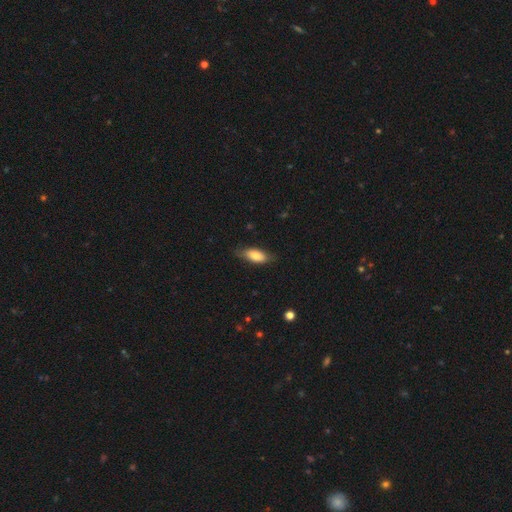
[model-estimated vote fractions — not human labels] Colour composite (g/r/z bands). It shows a smooth galaxy with no disk features (78%) that is in between round and cigar-shaped (83%). Merging: none (75%).